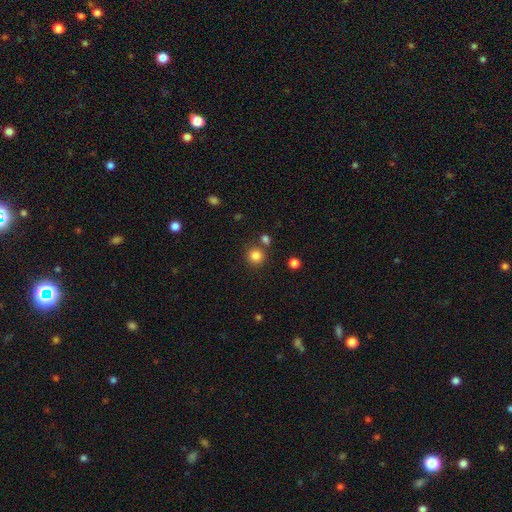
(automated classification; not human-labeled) smooth-or-featured: smooth: 84% | star or artifact: 12% | featured or disk: 4%
  how-rounded: round: 92% | in between: 7% | cigar-shaped: 1%
  merging: none: 79% | merger: 10% | minor disturbance: 8% | major disturbance: 3%